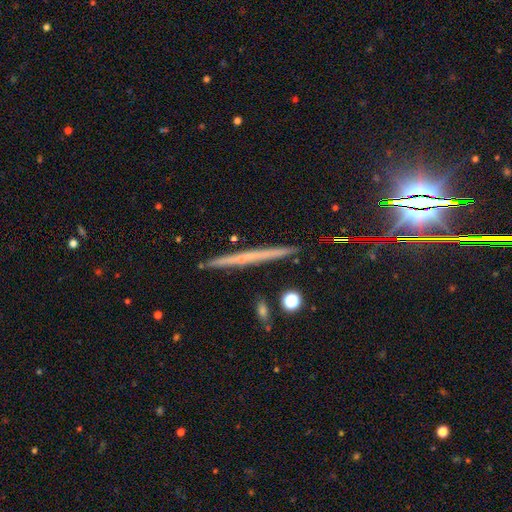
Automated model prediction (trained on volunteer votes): Morphology: type=featured or disk (56%); edge-on=yes (97%); edge-on bulge=none (77%); merging=none (88%).